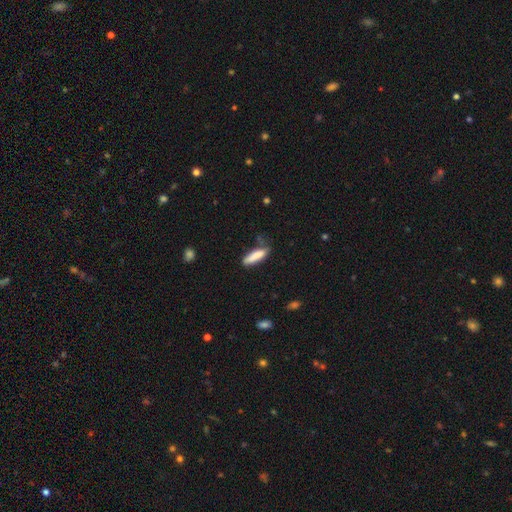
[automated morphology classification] Overall: smooth (83%). How rounded: cigar-shaped (65%; in between 33%). Merging: none (60%; minor disturbance 27%).